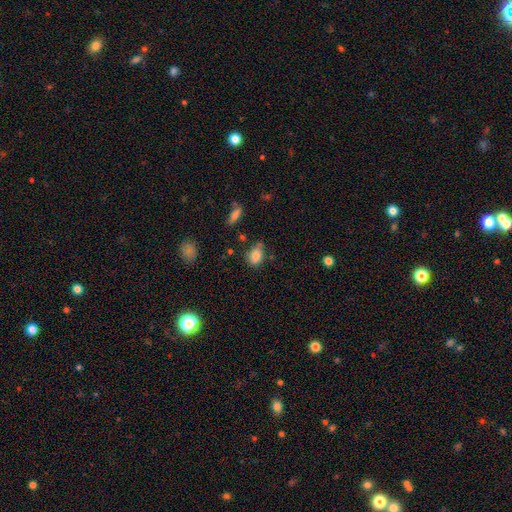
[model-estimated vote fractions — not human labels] smooth 81%, star or artifact 10%, featured or disk 9%. Down the decision tree: how rounded — in between (81%); merging — none (56%).